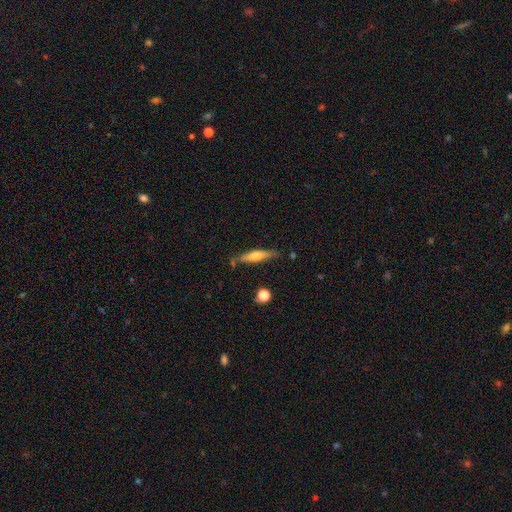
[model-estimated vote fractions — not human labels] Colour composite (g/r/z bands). It shows a featured or disk galaxy (48%). Merging: none (78%).